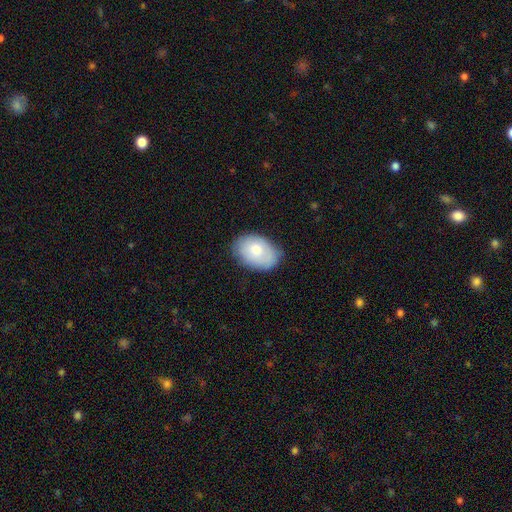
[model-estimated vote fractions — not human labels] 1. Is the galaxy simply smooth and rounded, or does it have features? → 74% smooth, 19% featured or disk, 7% star or artifact.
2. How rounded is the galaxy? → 85% in between, 14% round, 1% cigar-shaped.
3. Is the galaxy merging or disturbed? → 80% none, 16% minor disturbance, 3% major disturbance, 1% merger.